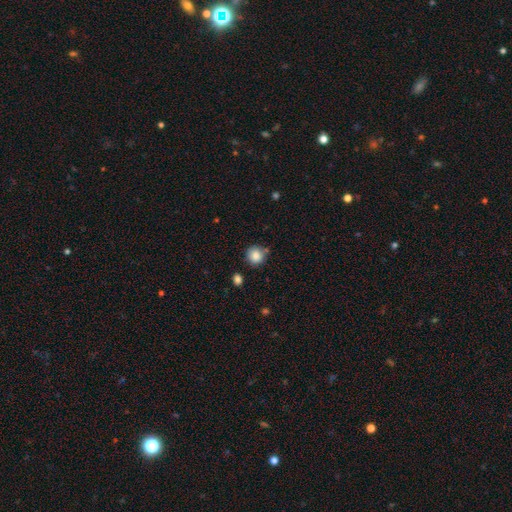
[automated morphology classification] This is clearly a smooth galaxy (86%). How rounded: clearly round (90%). Merging: likely none (75%).